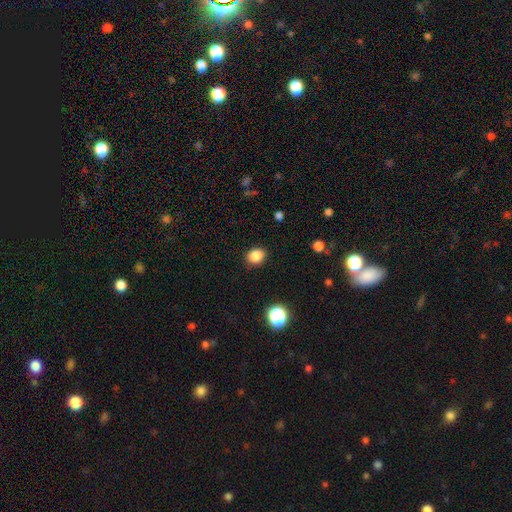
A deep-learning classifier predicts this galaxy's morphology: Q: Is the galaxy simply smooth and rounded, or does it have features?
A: smooth — 86%.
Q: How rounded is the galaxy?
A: round — 59%.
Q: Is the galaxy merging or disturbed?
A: none — 88%.